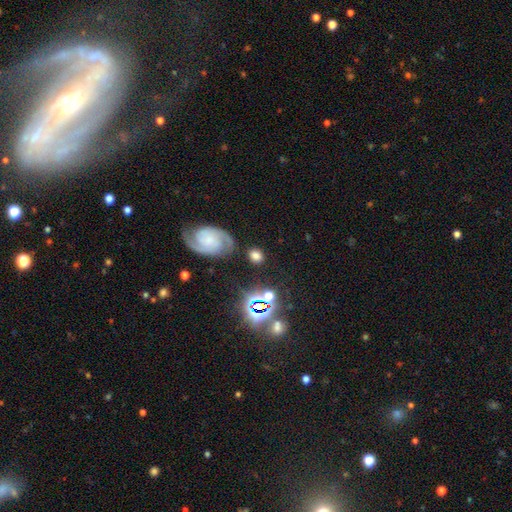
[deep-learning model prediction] This appears to be a smooth galaxy with no disk features (58%) that is round (56%). Merging: none (75%).